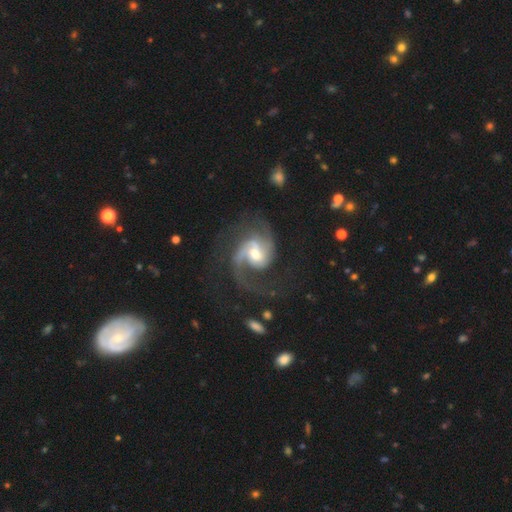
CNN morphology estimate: smooth_or_featured: featured or disk (p=0.90) [alt: smooth p=0.05]
disk_edge_on: no (p=0.98) [alt: yes p=0.02]
bar: weak (p=0.49) [alt: no p=0.34]
has_spiral_arms: yes (p=0.98) [alt: no p=0.02]
spiral_winding: medium (p=0.51) [alt: loose p=0.32]
spiral_arm_count: 2 (p=0.60) [alt: 3 p=0.13]
bulge_size: moderate (p=0.59) [alt: small p=0.23]
merging: none (p=0.55) [alt: major disturbance p=0.26]